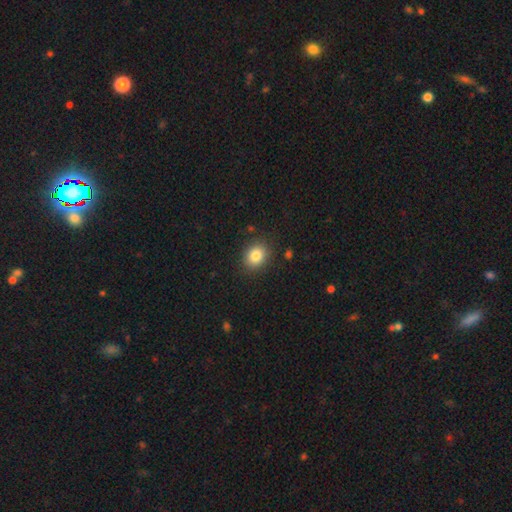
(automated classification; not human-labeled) Smooth or featured? smooth (83%)
How rounded? round (51%)
Merging? none (87%)